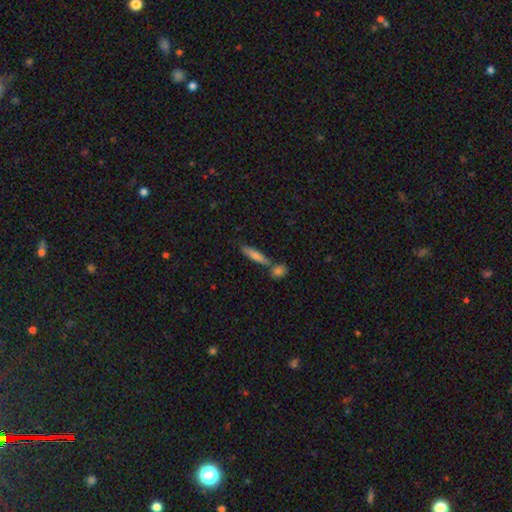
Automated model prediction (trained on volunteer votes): Overall: smooth (57%; featured or disk 31%). How rounded: cigar-shaped (79%). Merging: none (65%).